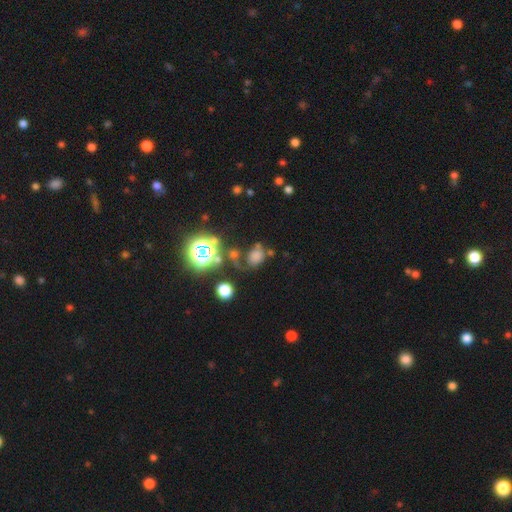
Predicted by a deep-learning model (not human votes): Morphology: type=smooth (58%); roundness=round (50%); merging=none (50%).